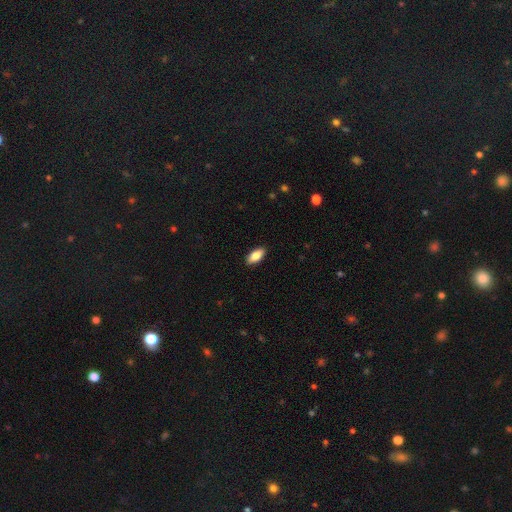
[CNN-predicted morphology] type=smooth (83%); roundness=in between (89%); merging=none (89%).